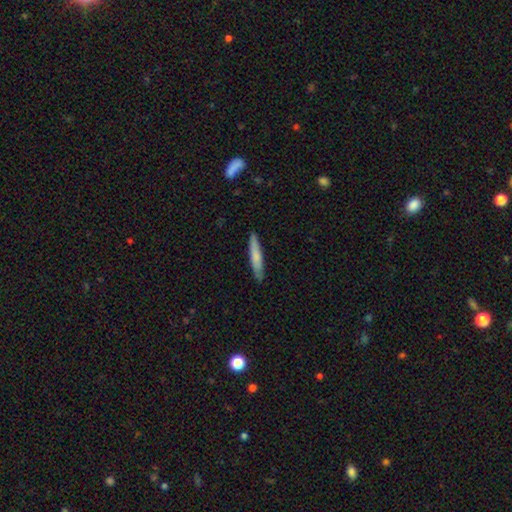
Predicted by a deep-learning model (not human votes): Smooth or featured? smooth (72%)
How rounded? cigar-shaped (91%)
Merging? none (86%)